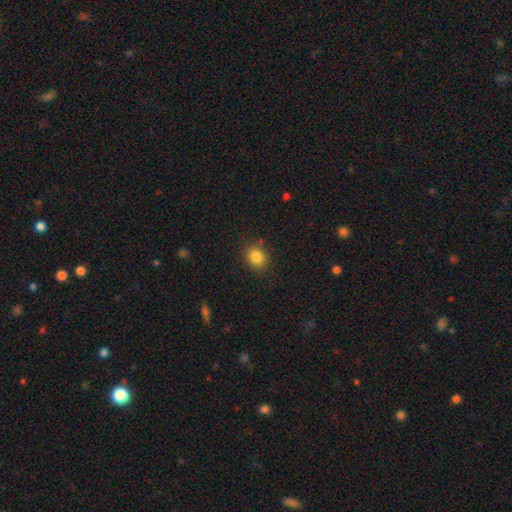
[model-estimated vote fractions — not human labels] Smooth or featured? Predicted: smooth (p=0.84). How rounded? Predicted: round (p=0.74). Merging? Predicted: none (p=0.84).